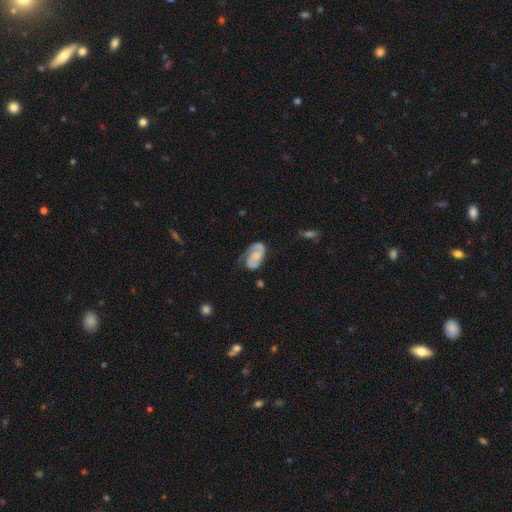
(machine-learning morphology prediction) A featured or disk galaxy (69%) with no bar (64%), 2 (71%) medium (42%) spiral arms (92%) and no central bulge (36%). Merging: none (56%).